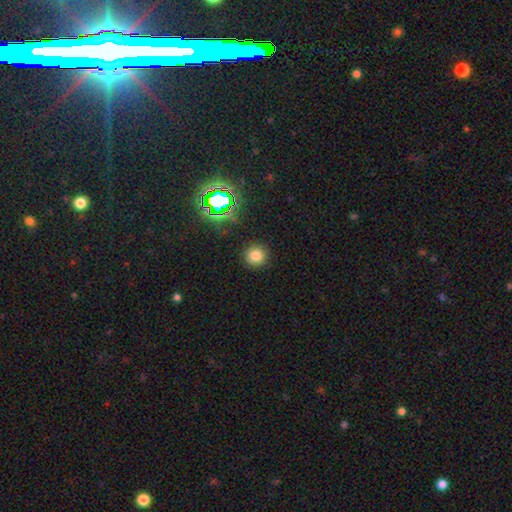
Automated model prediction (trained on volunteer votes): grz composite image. It shows a smooth galaxy with no disk features (76%) that is round (94%). Merging: none (91%).